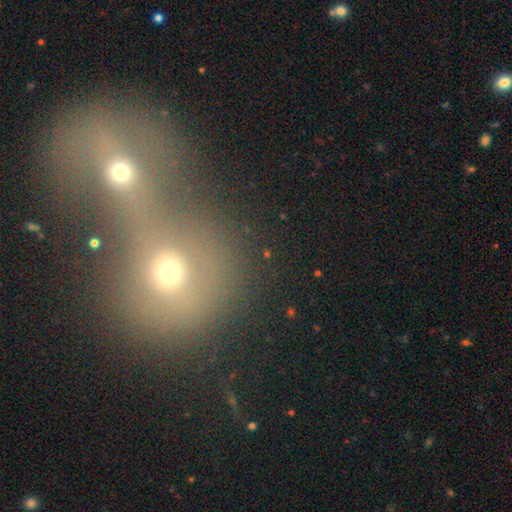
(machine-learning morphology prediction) A smooth galaxy with no disk features (55%) that is round (79%).

Vote fractions:
- Smooth or featured? smooth: 55% / star or artifact: 25% / featured or disk: 20%
- How rounded? round: 79% / in between: 19% / cigar-shaped: 2%
- Merging? merger: 73% / none: 19% / minor disturbance: 4% / major disturbance: 4%